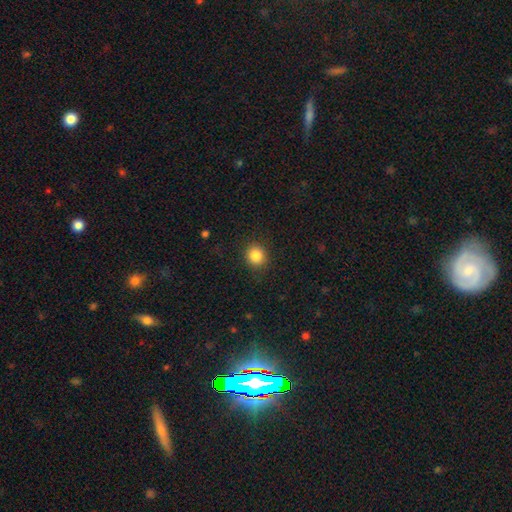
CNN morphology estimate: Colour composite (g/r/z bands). It shows a smooth galaxy with no disk features (86%) that is round (85%). Merging: none (89%).